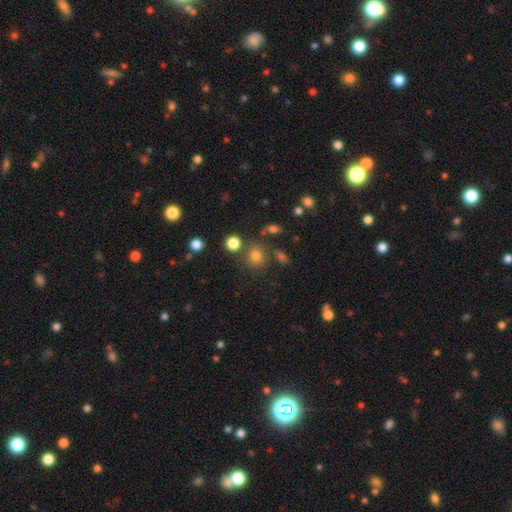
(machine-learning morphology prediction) This appears to be a smooth galaxy with no disk features (75%) that is round (82%). Merging: none (73%).